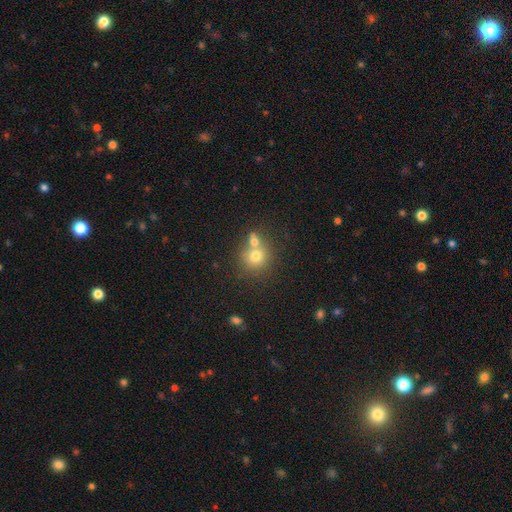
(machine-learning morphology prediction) Overall: smooth (72%). How rounded: round (85%). Merging: none (48%; merger 40%).